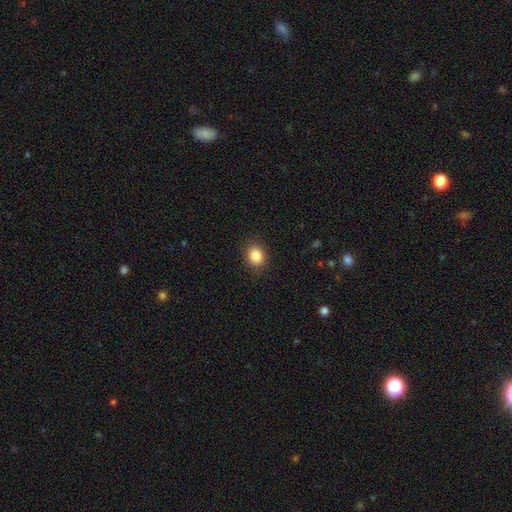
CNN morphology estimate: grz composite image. It shows a smooth galaxy with no disk features (86%) that is round (56%). Merging: none (88%).